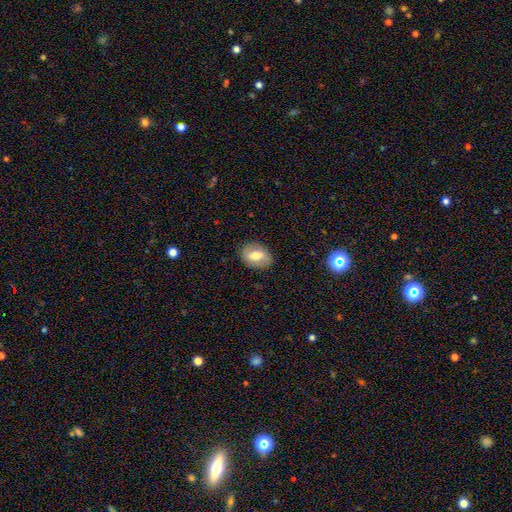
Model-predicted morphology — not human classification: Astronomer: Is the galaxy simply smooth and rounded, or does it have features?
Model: smooth — 58% (runner-up: featured or disk, 34%).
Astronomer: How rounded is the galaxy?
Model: in between — 72%.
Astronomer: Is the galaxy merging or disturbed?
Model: none — 84%.